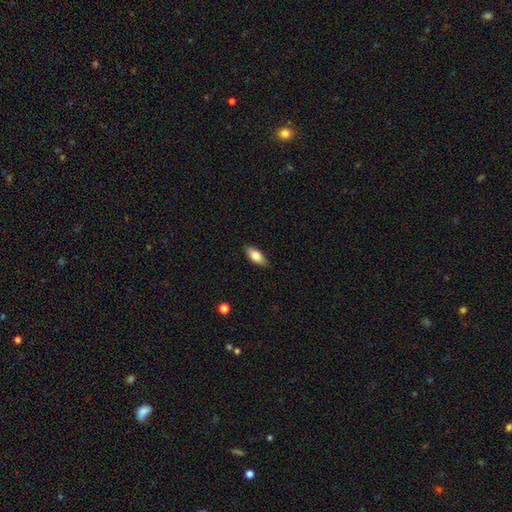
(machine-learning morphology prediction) Smooth or featured? Predicted: smooth (p=0.79). How rounded? Predicted: in between (p=0.85). Merging? Predicted: none (p=0.87).